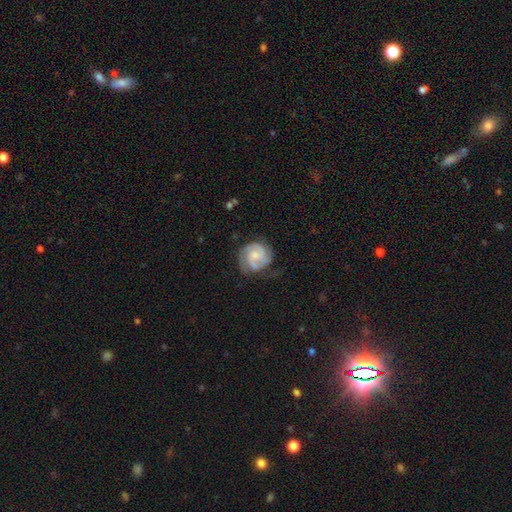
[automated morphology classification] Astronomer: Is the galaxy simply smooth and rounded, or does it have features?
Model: featured or disk — 85%.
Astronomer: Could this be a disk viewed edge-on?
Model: no — 98%.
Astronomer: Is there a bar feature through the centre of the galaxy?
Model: no — 60%.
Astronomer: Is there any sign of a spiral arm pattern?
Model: yes — 97%.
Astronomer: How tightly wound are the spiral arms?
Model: tight — 58% (runner-up: medium, 36%).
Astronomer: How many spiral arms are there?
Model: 2 — 58%.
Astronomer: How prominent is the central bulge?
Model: small — 49% (runner-up: moderate, 33%).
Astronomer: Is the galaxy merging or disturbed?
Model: none — 68%.